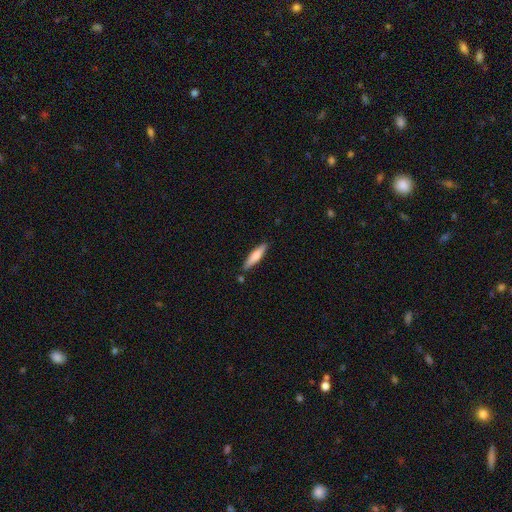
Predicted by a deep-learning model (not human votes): smooth 66%, featured or disk 29%, star or artifact 5%. Down the decision tree: how rounded — cigar-shaped (79%); merging — none (83%).